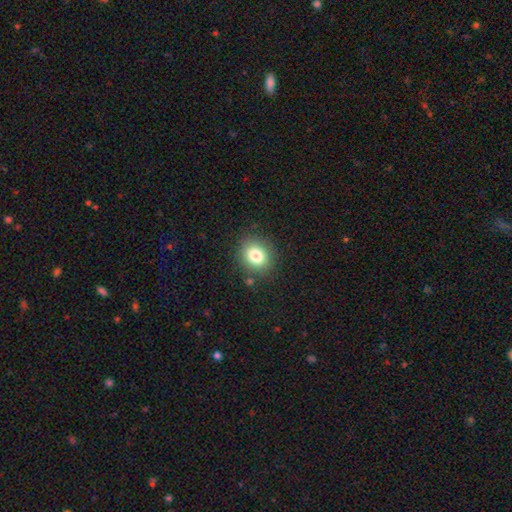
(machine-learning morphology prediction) smooth_or_featured: smooth (p=0.82) [alt: star or artifact p=0.10]
how_rounded: round (p=0.61) [alt: in between p=0.38]
merging: none (p=0.84) [alt: minor disturbance p=0.10]